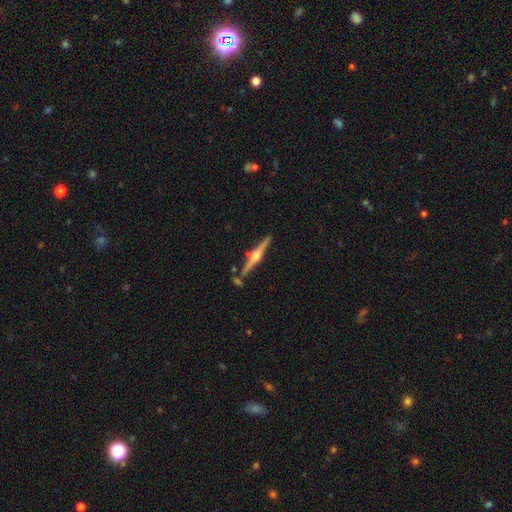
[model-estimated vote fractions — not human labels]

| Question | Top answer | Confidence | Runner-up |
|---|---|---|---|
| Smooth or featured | featured or disk | 83% | smooth (11%) |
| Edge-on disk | yes | 98% | no (2%) |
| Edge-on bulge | rounded | 94% | boxy (4%) |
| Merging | none | 82% | minor disturbance (9%) |